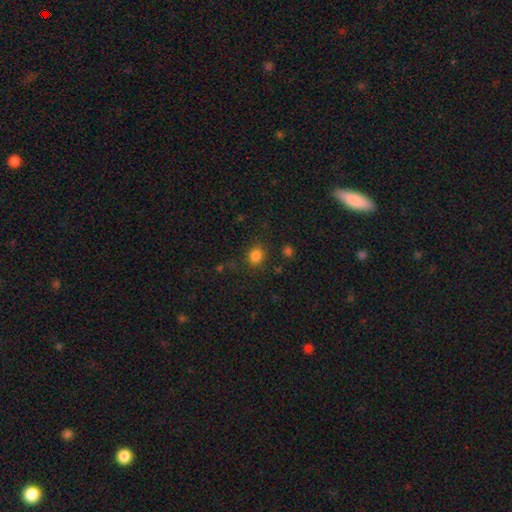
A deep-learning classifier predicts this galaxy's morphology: The model was most divided on "how rounded": round: 68%, in between: 31%, cigar-shaped: 1%. More confident: merging — none (82%); smooth or featured — smooth (82%).